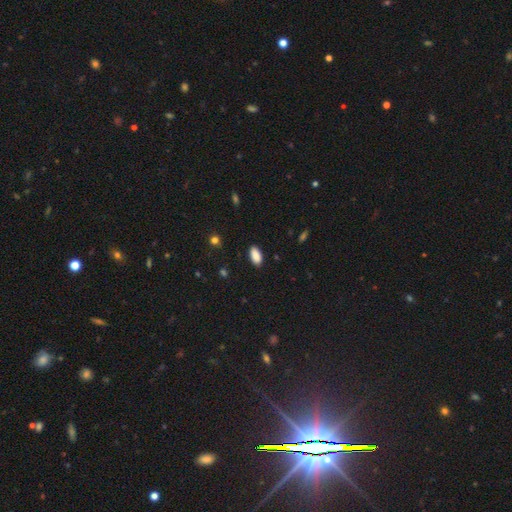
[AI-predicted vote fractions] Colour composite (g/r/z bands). It shows a smooth galaxy with no disk features (89%) that is in between round and cigar-shaped (91%). Merging: none (87%).